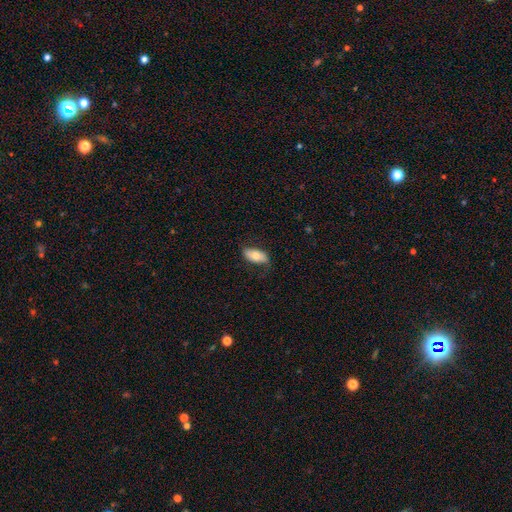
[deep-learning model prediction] This appears to be a smooth galaxy with no disk features (67%) that is in between round and cigar-shaped (89%). Merging: none (71%).